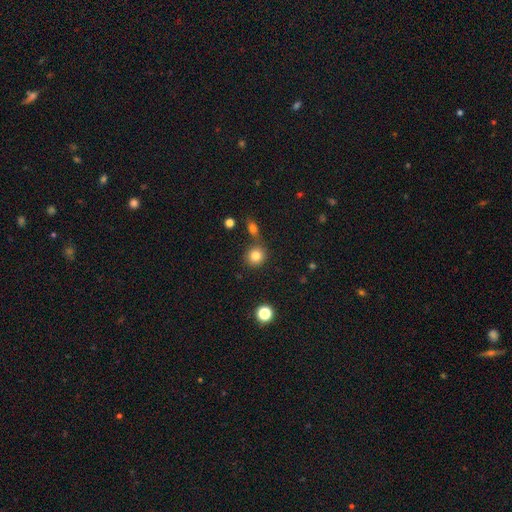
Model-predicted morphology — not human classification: This is clearly a smooth galaxy (82%). How rounded: clearly round (87%). Merging: likely none (74%).